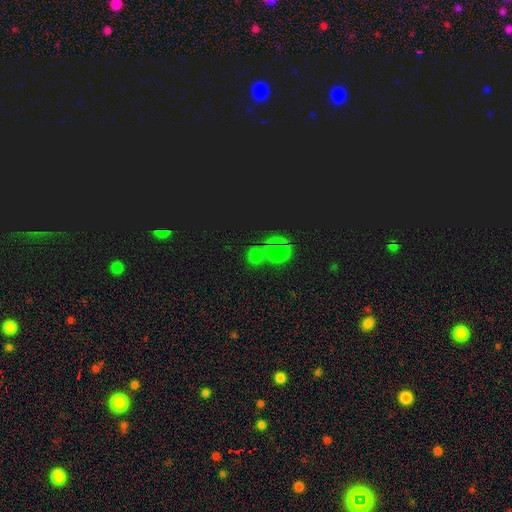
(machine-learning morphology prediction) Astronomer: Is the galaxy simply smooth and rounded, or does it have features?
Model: smooth — 48% (runner-up: star or artifact, 46%).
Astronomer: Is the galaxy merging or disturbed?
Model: none — 63%.